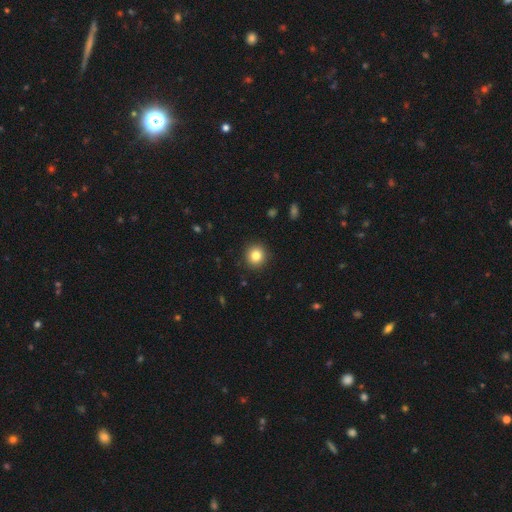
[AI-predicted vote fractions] This appears to be a smooth galaxy with no disk features (82%) that is round (93%). Merging: none (92%).